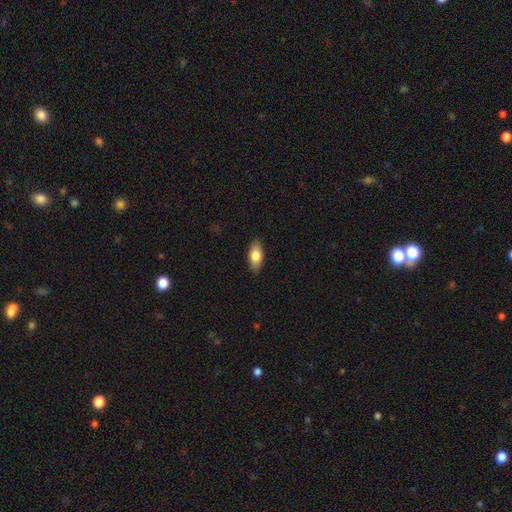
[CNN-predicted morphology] Smooth or featured?
  - smooth: 74% *
  - featured or disk: 19%
  - star or artifact: 6%
How rounded?
  - in between: 85% *
  - cigar-shaped: 12%
  - round: 3%
Merging?
  - none: 87% *
  - minor disturbance: 10%
  - major disturbance: 2%
  - merger: 1%